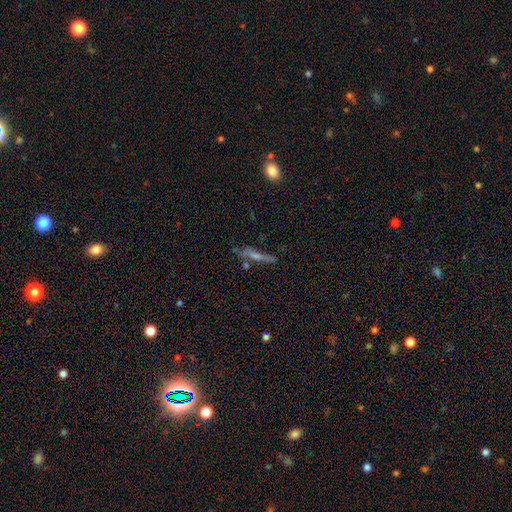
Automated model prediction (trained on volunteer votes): Smooth or featured? Predicted: featured or disk (p=0.57). Edge-on disk? Predicted: yes (p=0.86). Merging? Predicted: none (p=0.71).